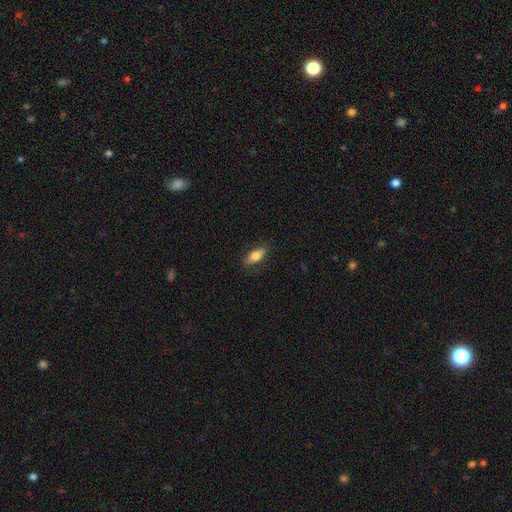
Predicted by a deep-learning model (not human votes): Smooth or featured: smooth — 74% (featured or disk — 19%)
How rounded: in between — 80% (cigar-shaped — 17%)
Merging: none — 81% (minor disturbance — 14%)